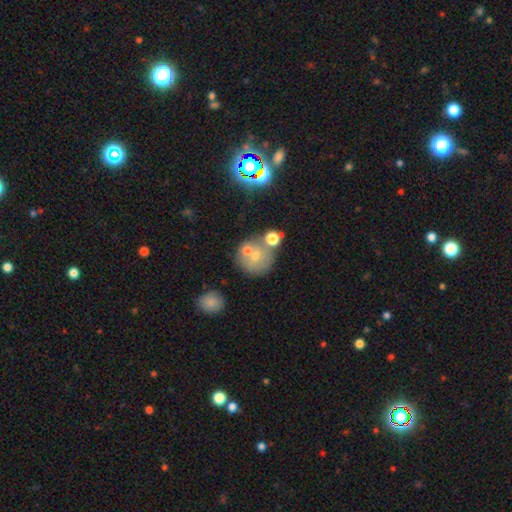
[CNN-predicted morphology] Smooth or featured: smooth — 53% (star or artifact — 25%)
How rounded: round — 89% (in between — 10%)
Merging: none — 57% (merger — 28%)